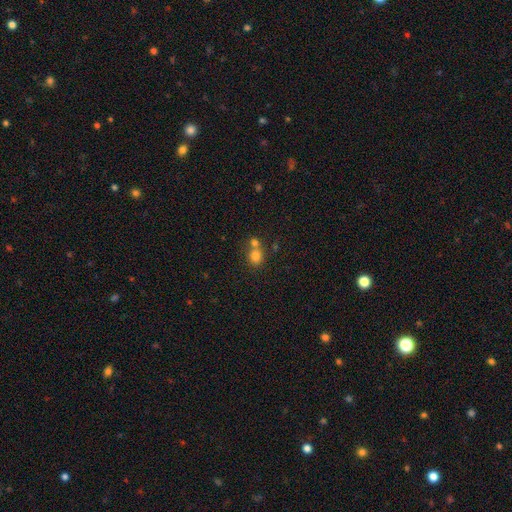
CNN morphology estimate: Overall: smooth (79%). How rounded: round (76%). Merging: none (45%, tied with merger).